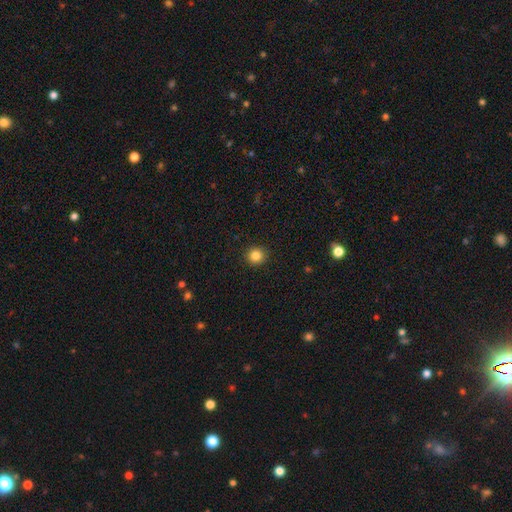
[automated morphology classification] This appears to be a smooth galaxy with no disk features (84%) that is round (94%). Merging: none (93%).